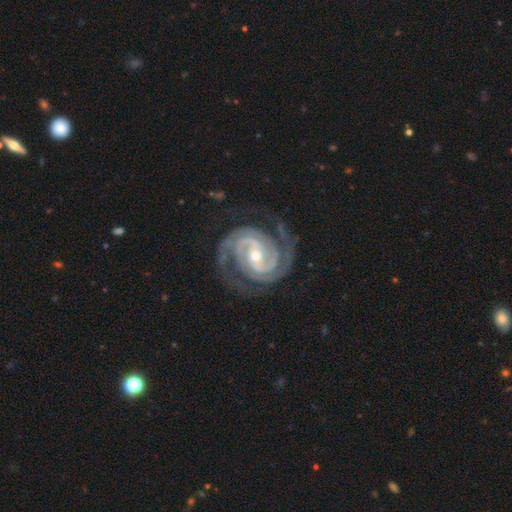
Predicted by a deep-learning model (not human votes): Q: Smooth or featured?
A: featured or disk (94%); runner-up: star or artifact (4%)
Q: Edge-on disk?
A: no (98%); runner-up: yes (2%)
Q: Bar?
A: weak (42%); runner-up: strong (32%)
Q: Spiral arms?
A: yes (99%); runner-up: no (1%)
Q: Spiral winding?
A: tight (65%); runner-up: medium (32%)
Q: Spiral arm count?
A: 2 (77%); runner-up: 3 (11%)
Q: Bulge size?
A: moderate (52%); runner-up: small (44%)
Q: Merging?
A: none (77%); runner-up: minor disturbance (15%)